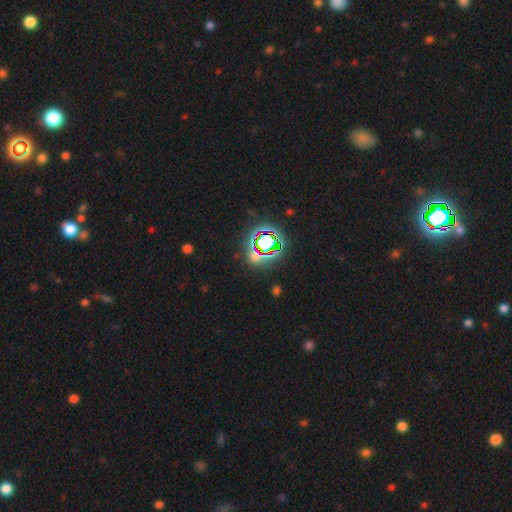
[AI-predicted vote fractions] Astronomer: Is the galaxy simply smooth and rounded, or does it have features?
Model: star or artifact — 65%.